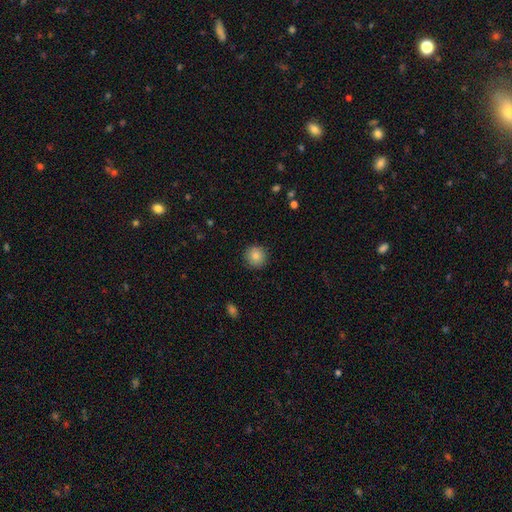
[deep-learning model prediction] Morphology: type=smooth (86%); roundness=round (93%); merging=none (89%).